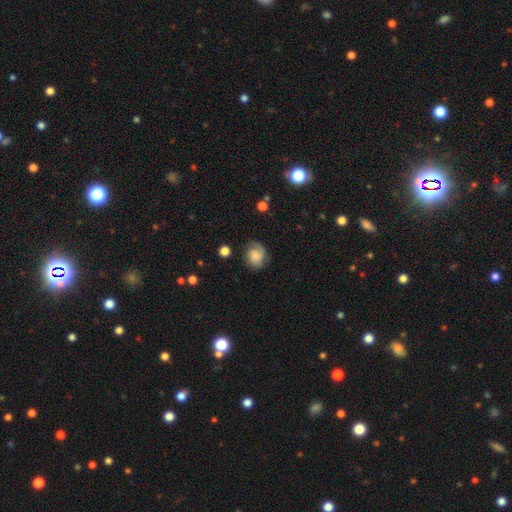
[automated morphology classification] A smooth galaxy with no disk features (57%) that is round (63%).

Vote fractions:
- Smooth or featured? smooth: 57% / featured or disk: 34% / star or artifact: 9%
- How rounded? round: 63% / in between: 36% / cigar-shaped: 1%
- Merging? none: 67% / minor disturbance: 22% / major disturbance: 9% / merger: 2%